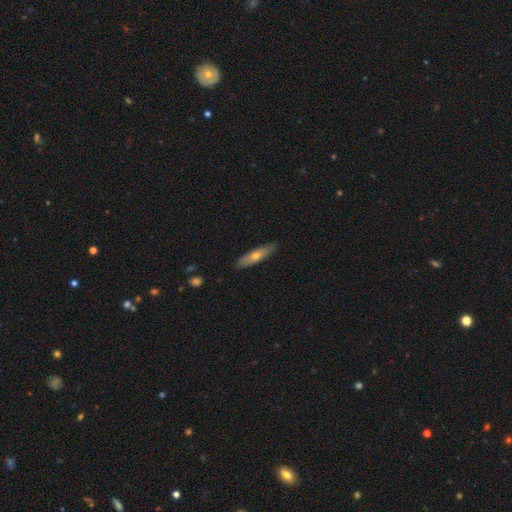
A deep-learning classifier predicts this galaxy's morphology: A smooth galaxy with no disk features (57%) that is cigar-shaped (76%).

Vote fractions:
- Smooth or featured? smooth: 57% / featured or disk: 37% / star or artifact: 6%
- How rounded? cigar-shaped: 76% / in between: 22% / round: 2%
- Merging? none: 88% / minor disturbance: 9% / major disturbance: 2% / merger: 1%